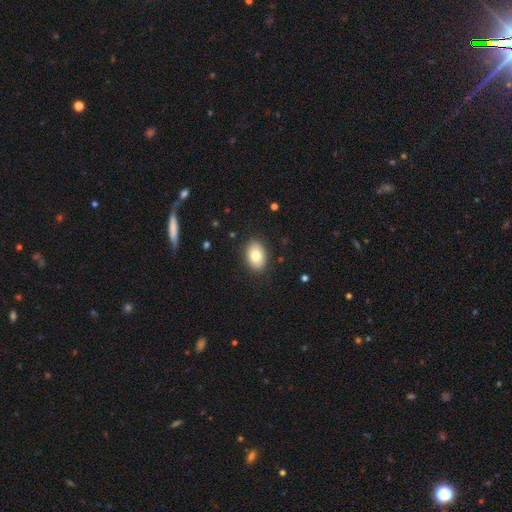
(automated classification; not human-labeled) smooth-or-featured: smooth: 79% | featured or disk: 13% | star or artifact: 8%
  how-rounded: in between: 85% | round: 14% | cigar-shaped: 1%
  merging: none: 88% | minor disturbance: 9% | major disturbance: 2% | merger: 1%